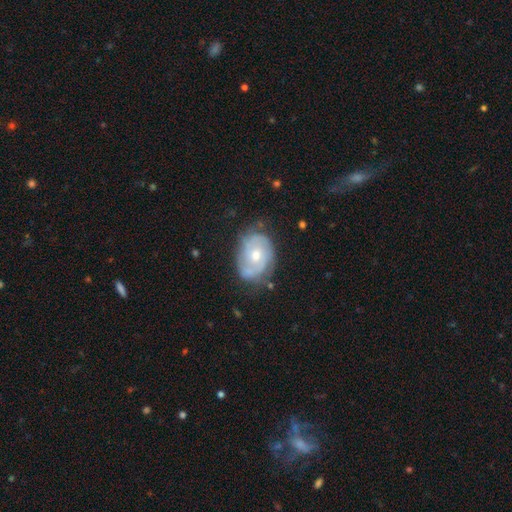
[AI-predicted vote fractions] smooth-or-featured: featured or disk: 76% | smooth: 19% | star or artifact: 6%
  disk-edge-on: no: 97% | yes: 3%
    bar: no: 71% | weak: 26% | strong: 4%
    has-spiral-arms: yes: 89% | no: 11%
      spiral-winding: tight: 54% | medium: 35% | loose: 11%
      spiral-arm-count: 2: 50% | can't tell: 25% | 3: 15% | 1: 4% | 4: 3% | more than 4: 3%
    bulge-size: moderate: 61% | small: 34% | large: 3% | none: 1% | dominant: 1%
  merging: none: 67% | minor disturbance: 24% | major disturbance: 7% | merger: 2%